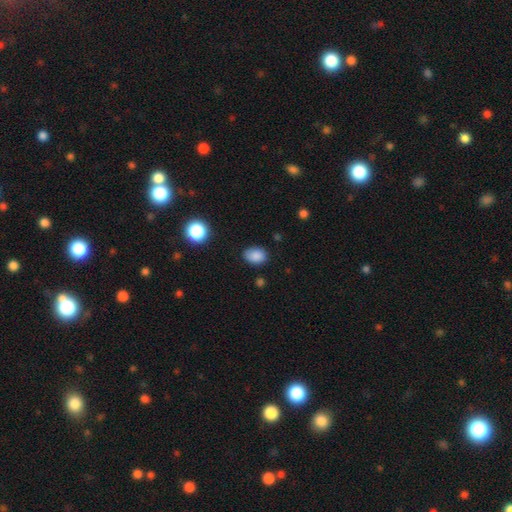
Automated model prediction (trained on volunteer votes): This appears to be a smooth galaxy with no disk features (86%) that is in between round and cigar-shaped (70%). Merging: none (77%).